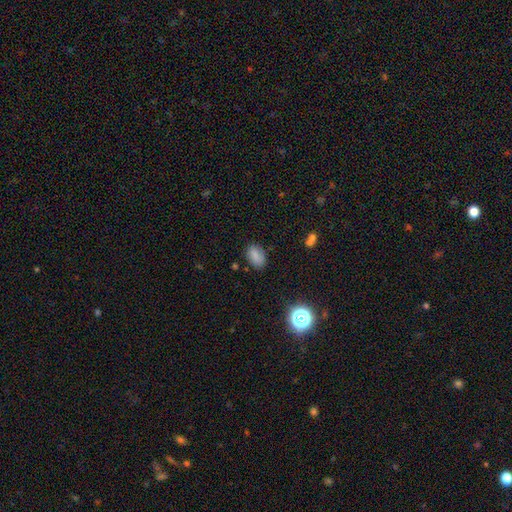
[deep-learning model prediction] smooth_or_featured: smooth (p=0.78) [alt: star or artifact p=0.12]
how_rounded: in between (p=0.86) [alt: round p=0.12]
merging: none (p=0.79) [alt: minor disturbance p=0.16]